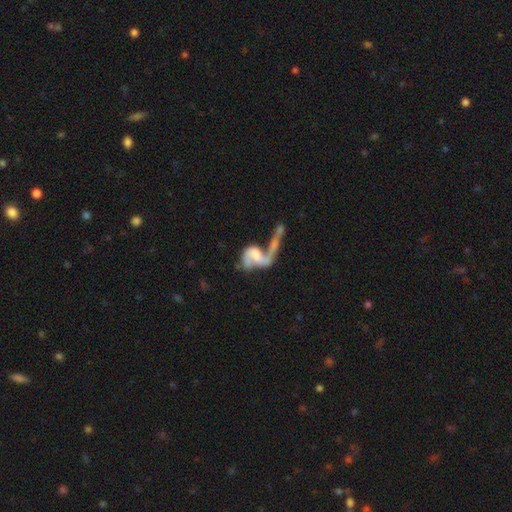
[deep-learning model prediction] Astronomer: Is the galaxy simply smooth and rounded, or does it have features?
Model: featured or disk — 68%.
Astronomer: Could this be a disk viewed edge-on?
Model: no — 96%.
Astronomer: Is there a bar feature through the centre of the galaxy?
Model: no — 51% (runner-up: weak, 35%).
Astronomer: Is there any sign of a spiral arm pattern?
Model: yes — 76%.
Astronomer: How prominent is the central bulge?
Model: none — 37% (runner-up: small, 27%).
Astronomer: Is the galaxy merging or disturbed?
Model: merger — 44% (runner-up: major disturbance, 30%).